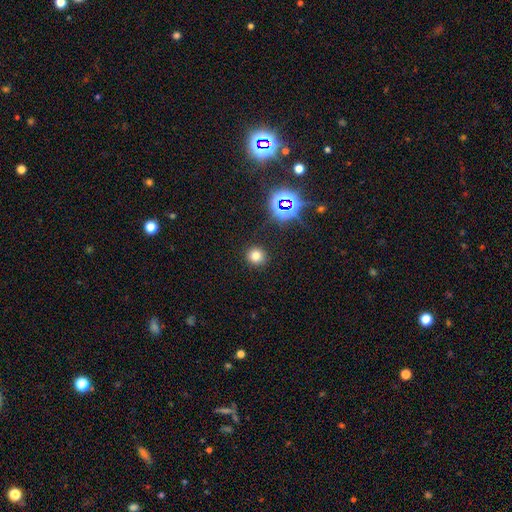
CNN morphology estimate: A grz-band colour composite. It shows a smooth galaxy with no disk features (73%) that is round (90%). Merging: none (90%).